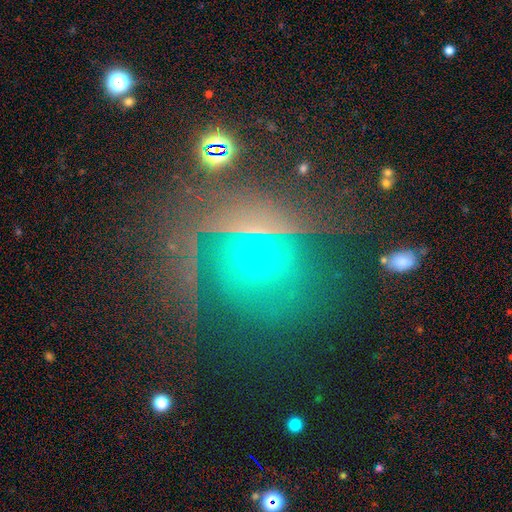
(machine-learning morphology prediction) A star or artifact, not a galaxy (38%).